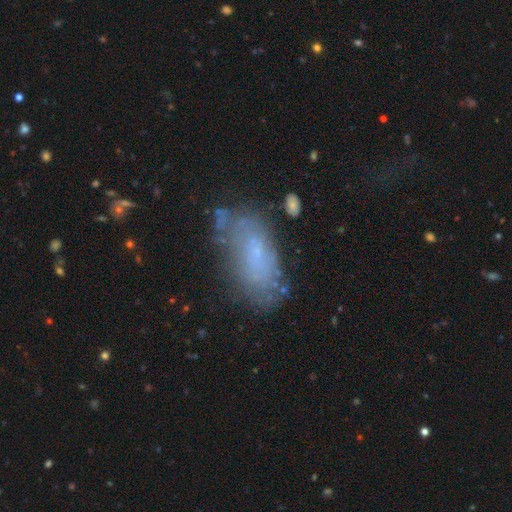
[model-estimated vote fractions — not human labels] smooth 48%, featured or disk 41%, star or artifact 12%. Down the decision tree: merging — none (58%).